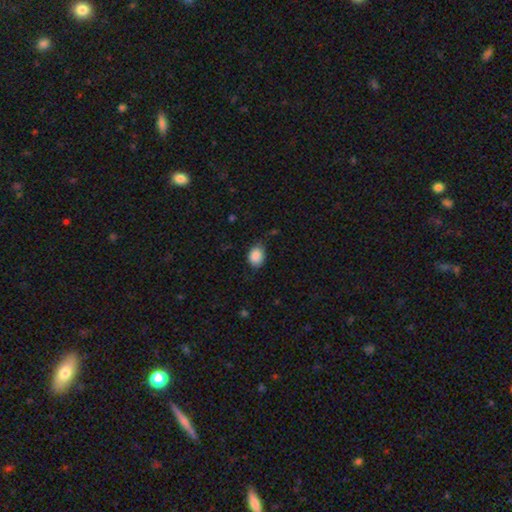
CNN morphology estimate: Smooth or featured? smooth (88%)
How rounded? in between (68%)
Merging? none (66%)